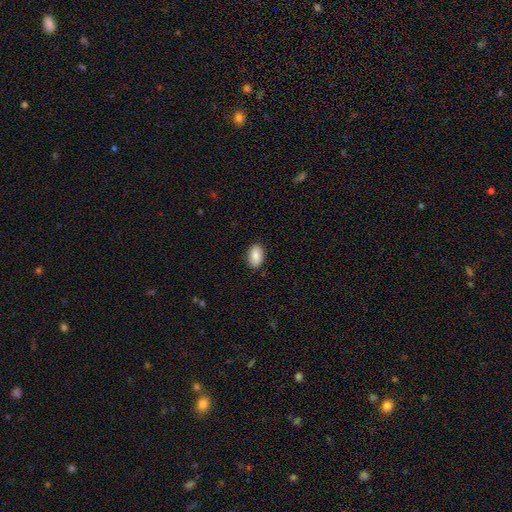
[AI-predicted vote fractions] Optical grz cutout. It shows a smooth galaxy with no disk features (87%) that is in between round and cigar-shaped (92%). Merging: none (88%).